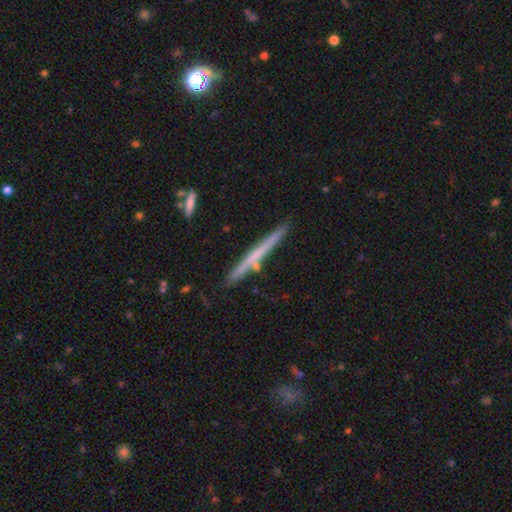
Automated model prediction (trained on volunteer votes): smooth_or_featured: featured or disk (p=0.50) [alt: smooth p=0.44]
disk_edge_on: yes (p=0.97) [alt: no p=0.03]
merging: none (p=0.86) [alt: minor disturbance p=0.09]